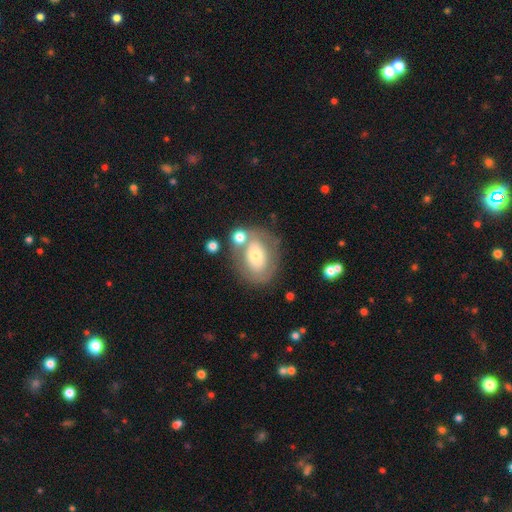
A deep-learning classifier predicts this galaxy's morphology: The model was most divided on "smooth or featured": smooth: 52%, featured or disk: 40%, star or artifact: 8%. More confident: how rounded — in between (64%); merging — none (63%).